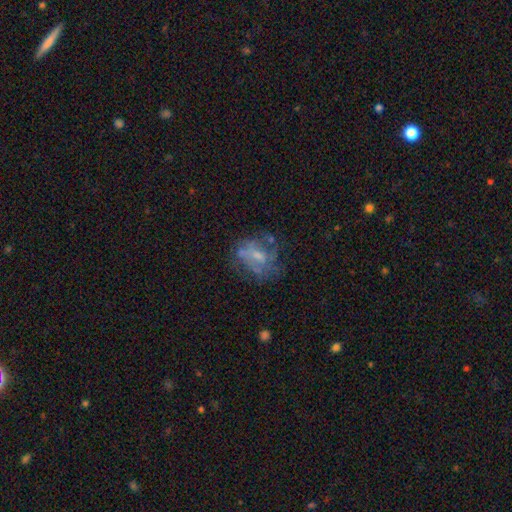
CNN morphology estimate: This is possibly a featured or disk galaxy (58%). It is clearly not viewed edge-on (97%). Bar: likely no (61%). Spiral arm pattern: likely no (64%). Central bulge: marginally small (43%). Merging: possibly none (48%).